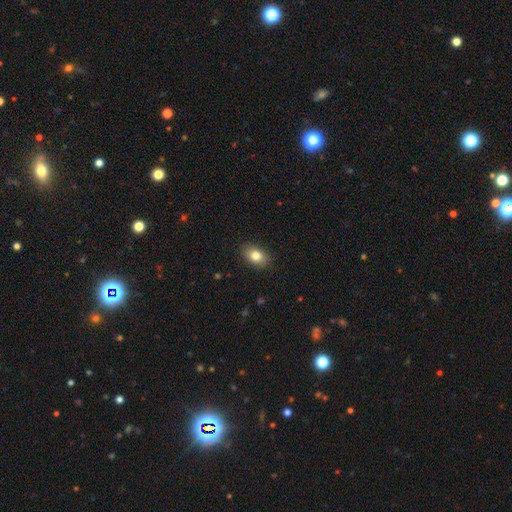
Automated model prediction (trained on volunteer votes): This appears to be a smooth galaxy with no disk features (83%) that is in between round and cigar-shaped (82%). Merging: none (88%).